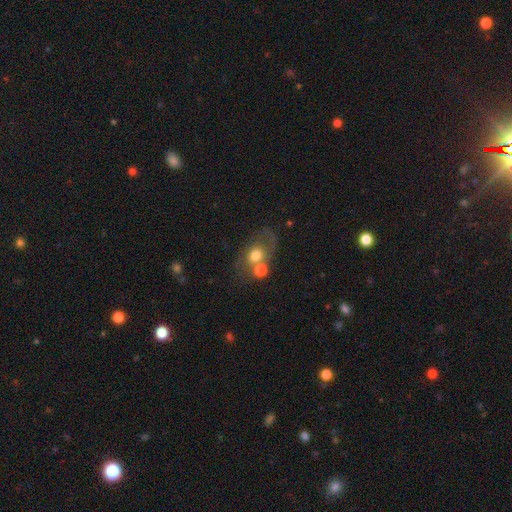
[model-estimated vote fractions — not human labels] A smooth galaxy with no disk features (58%) that is in between round and cigar-shaped (59%).

Vote fractions:
- Smooth or featured? smooth: 58% / featured or disk: 31% / star or artifact: 11%
- How rounded? in between: 59% / round: 40% / cigar-shaped: 2%
- Merging? none: 39% / merger: 38% / minor disturbance: 14% / major disturbance: 10%